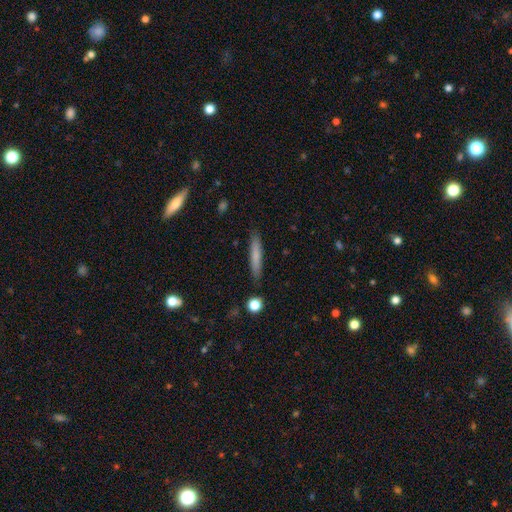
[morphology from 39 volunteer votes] Overall: smooth (72%). How rounded: cigar-shaped (100%). Merging: none (91%).